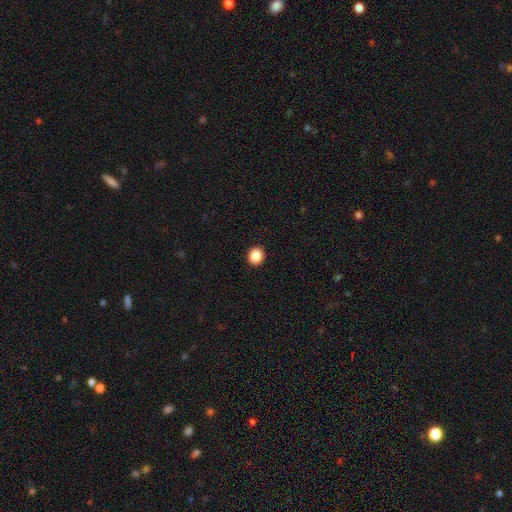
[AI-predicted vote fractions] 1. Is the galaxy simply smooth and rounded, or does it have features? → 88% smooth, 10% star or artifact, 3% featured or disk.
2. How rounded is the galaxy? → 84% round, 15% in between, 1% cigar-shaped.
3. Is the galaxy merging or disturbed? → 93% none, 5% minor disturbance, 2% major disturbance, 1% merger.